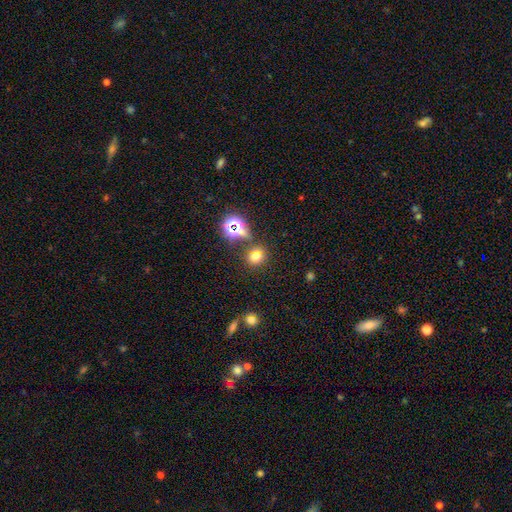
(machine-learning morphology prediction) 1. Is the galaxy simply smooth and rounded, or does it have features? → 64% smooth, 28% star or artifact, 8% featured or disk.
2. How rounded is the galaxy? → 77% round, 22% in between, 1% cigar-shaped.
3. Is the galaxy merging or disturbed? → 77% none, 10% minor disturbance, 8% merger, 4% major disturbance.